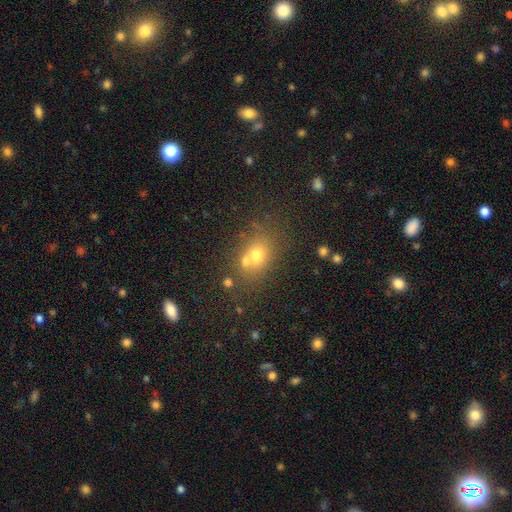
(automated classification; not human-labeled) smooth 65%, star or artifact 18%, featured or disk 17%. Down the decision tree: how rounded — round (49%, tied with in between); merging — none (49%).